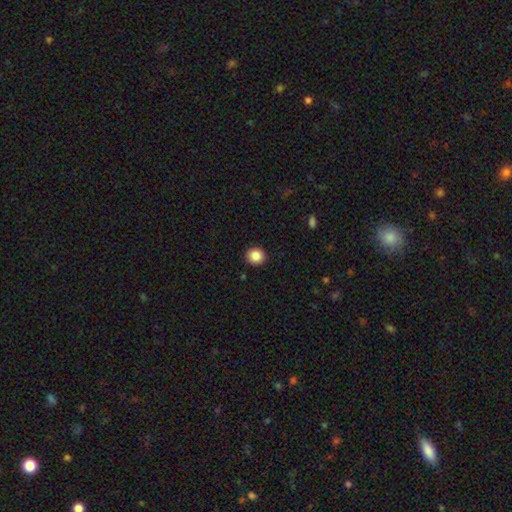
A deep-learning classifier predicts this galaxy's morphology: This is clearly a smooth galaxy (87%). How rounded: clearly round (88%). Merging: clearly none (92%).